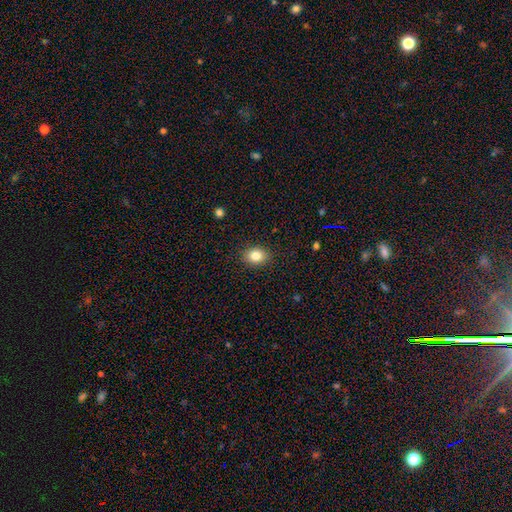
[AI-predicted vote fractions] smooth_or_featured: smooth (p=0.82) [alt: star or artifact p=0.10]
how_rounded: in between (p=0.52) [alt: round p=0.47]
merging: none (p=0.89) [alt: minor disturbance p=0.08]